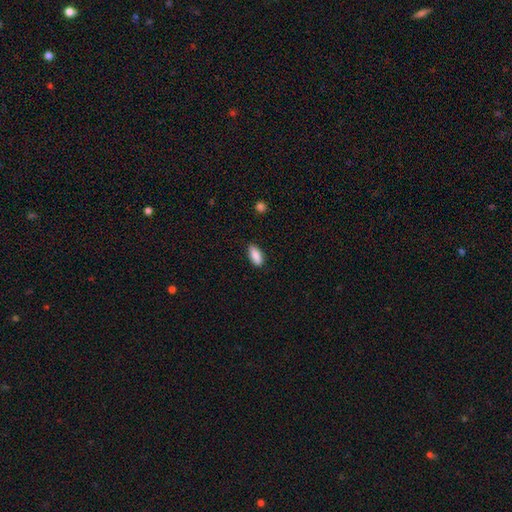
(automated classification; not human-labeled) This is clearly a smooth galaxy (89%). How rounded: clearly in between (86%). Merging: clearly none (85%).